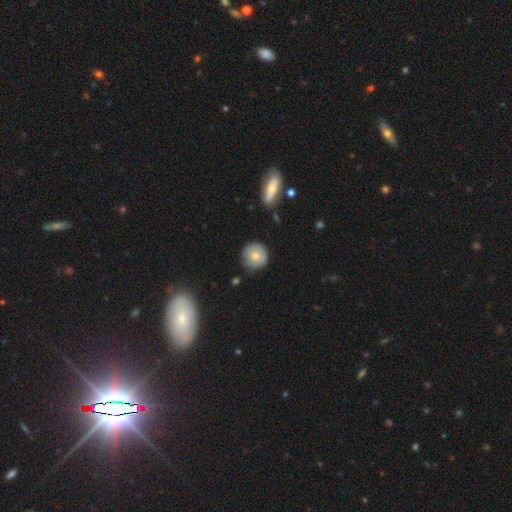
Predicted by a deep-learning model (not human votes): This appears to be a smooth galaxy with no disk features (70%) that is round (92%). Merging: none (75%).